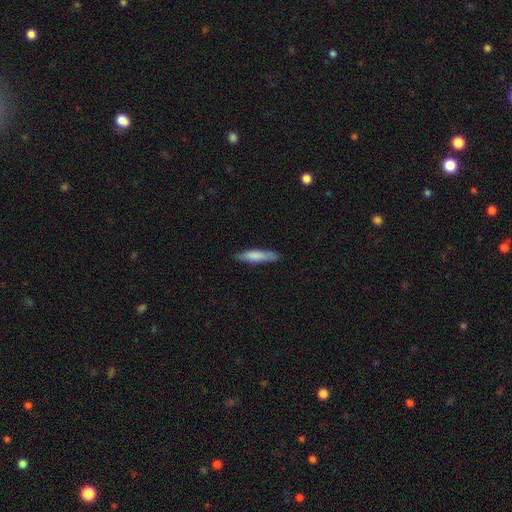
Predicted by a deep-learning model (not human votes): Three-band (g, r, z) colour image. It shows a smooth galaxy with no disk features (77%) that is cigar-shaped (83%). Merging: none (81%).